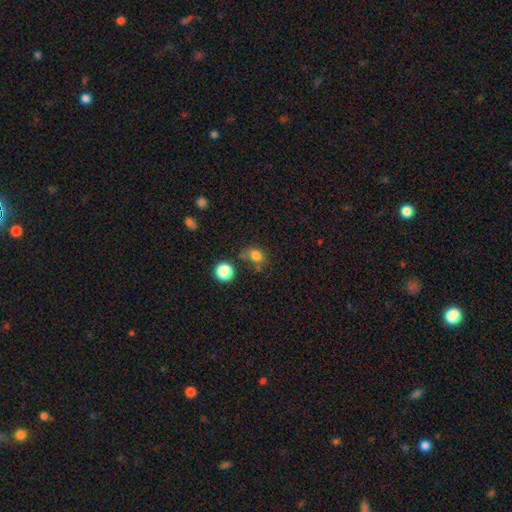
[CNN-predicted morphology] smooth-or-featured: smooth: 79% | star or artifact: 15% | featured or disk: 7%
  how-rounded: round: 66% | in between: 33% | cigar-shaped: 1%
  merging: none: 57% | minor disturbance: 20% | merger: 13% | major disturbance: 9%